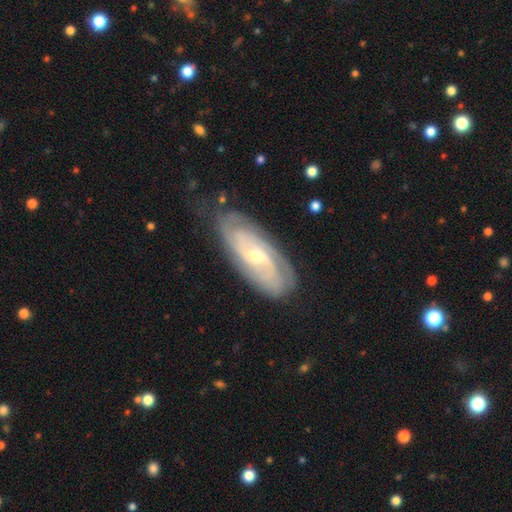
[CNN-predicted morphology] The model was most divided on "bar": no: 45%, weak: 42%, strong: 13%. Remaining: spiral arms — yes (95%); edge-on disk — no (91%); smooth or featured — featured or disk (83%); merging — none (77%); bulge size — small (59%); spiral winding — tight (56%); spiral arm count — 2 (41%).